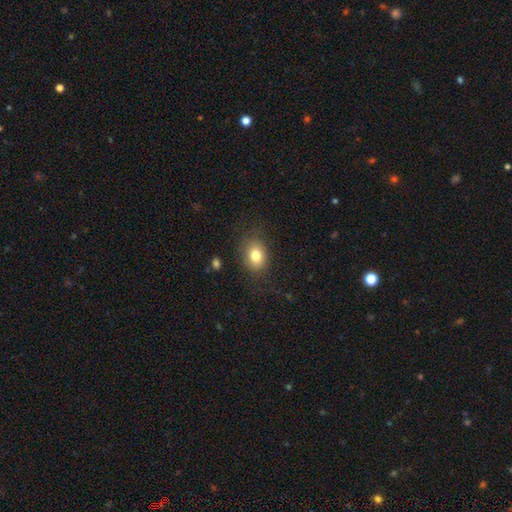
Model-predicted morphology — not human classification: The model was most divided on "how rounded": in between: 58%, round: 41%, cigar-shaped: 1%. More confident: smooth or featured — smooth (80%); merging — none (77%).